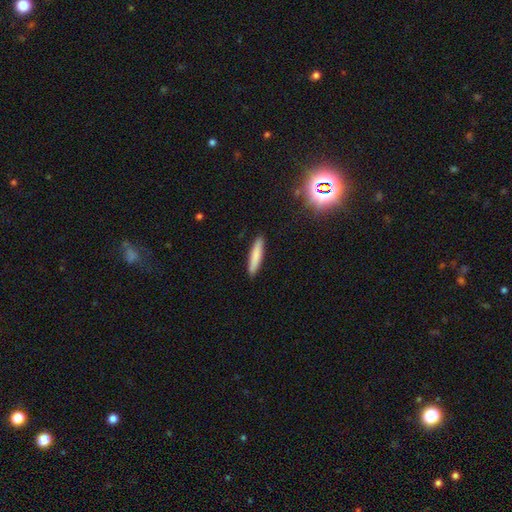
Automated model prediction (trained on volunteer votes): The model was most divided on "smooth or featured": smooth: 81%, featured or disk: 13%, star or artifact: 6%. More confident: merging — none (89%); how rounded — cigar-shaped (88%).